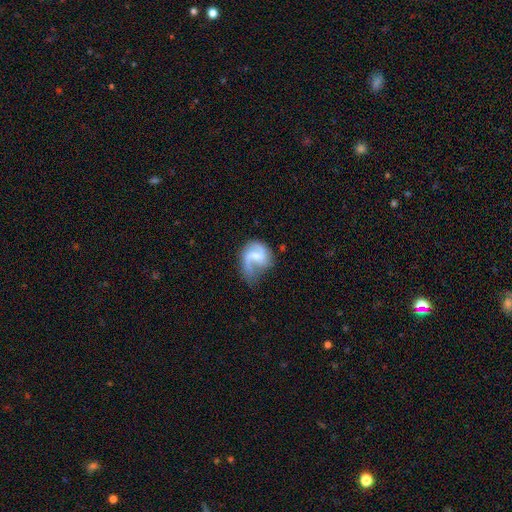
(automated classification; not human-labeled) smooth-or-featured: featured or disk: 79% | smooth: 15% | star or artifact: 6%
  disk-edge-on: no: 98% | yes: 2%
    bar: weak: 51% | no: 38% | strong: 11%
    has-spiral-arms: yes: 94% | no: 6%
      spiral-winding: loose: 49% | medium: 40% | tight: 11%
      spiral-arm-count: 2: 68% | 1: 22% | can't tell: 5% | 3: 3% | 4: 1% | more than 4: 1%
    bulge-size: small: 46% | moderate: 38% | none: 12% | large: 3% | dominant: 1%
  merging: none: 45% | minor disturbance: 29% | major disturbance: 24% | merger: 3%